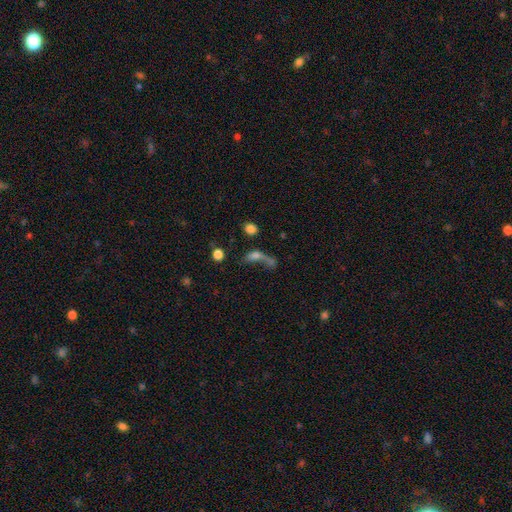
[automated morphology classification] This is possibly a smooth galaxy (58%). How rounded: possibly in between (55%). Merging: marginally merger (36%).